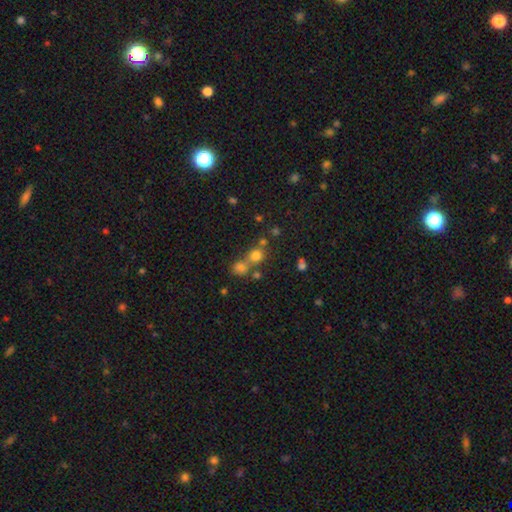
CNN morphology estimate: smooth-or-featured: smooth: 71% | star or artifact: 19% | featured or disk: 10%
  how-rounded: round: 85% | in between: 14% | cigar-shaped: 1%
  merging: none: 51% | merger: 38% | minor disturbance: 7% | major disturbance: 4%